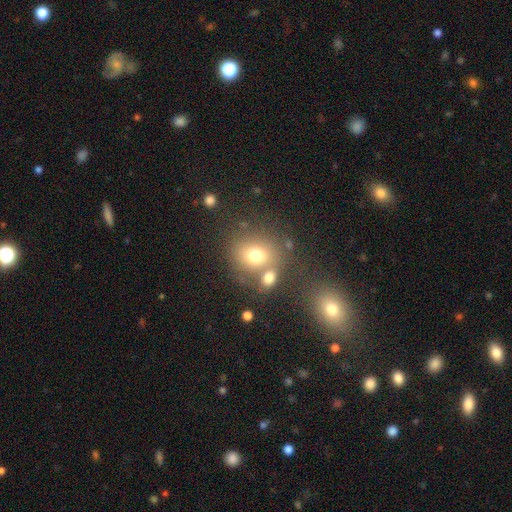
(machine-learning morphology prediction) This appears to be a smooth galaxy with no disk features (72%) that is round (71%). Merging: none (56%).